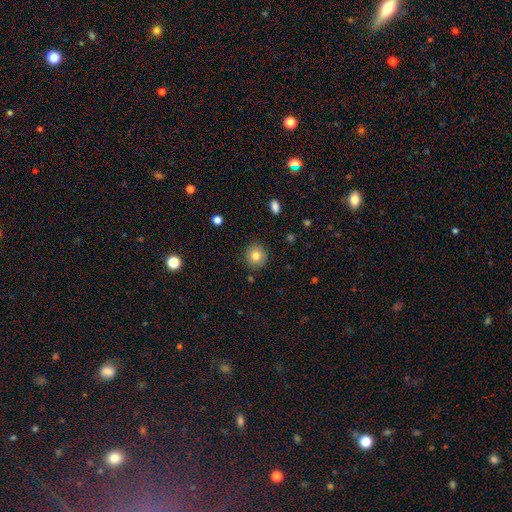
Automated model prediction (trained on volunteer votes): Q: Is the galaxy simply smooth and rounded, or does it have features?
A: smooth — 81%.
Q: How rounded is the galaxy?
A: round — 90%.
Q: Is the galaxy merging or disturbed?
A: none — 88%.